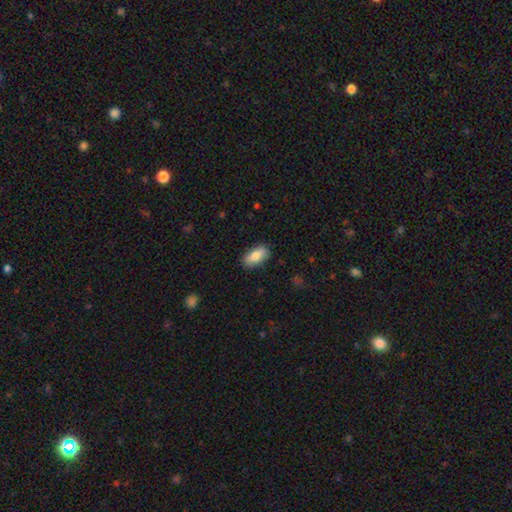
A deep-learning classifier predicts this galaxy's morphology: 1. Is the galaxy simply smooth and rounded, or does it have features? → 79% smooth, 15% featured or disk, 7% star or artifact.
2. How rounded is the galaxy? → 86% in between, 11% cigar-shaped, 3% round.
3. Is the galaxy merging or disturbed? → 86% none, 11% minor disturbance, 2% major disturbance, 1% merger.